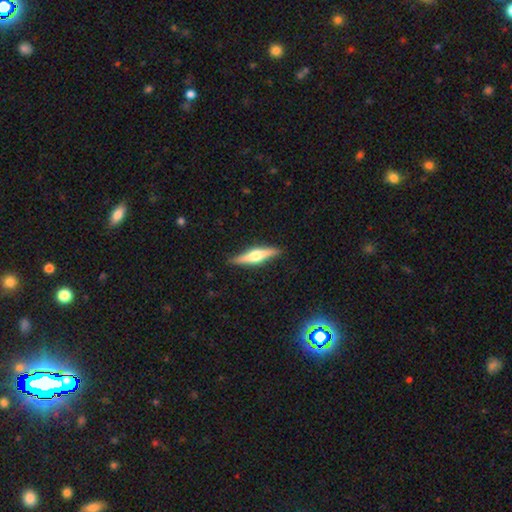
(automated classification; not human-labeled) smooth_or_featured: featured or disk (p=0.62) [alt: smooth p=0.33]
disk_edge_on: yes (p=0.96) [alt: no p=0.04]
edge_on_bulge: rounded (p=0.92) [alt: boxy p=0.05]
merging: none (p=0.89) [alt: minor disturbance p=0.08]